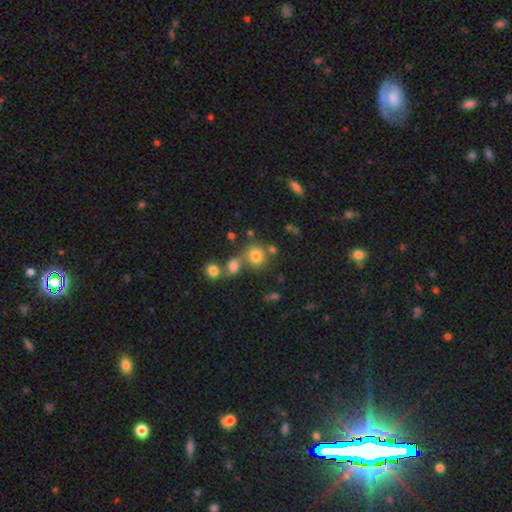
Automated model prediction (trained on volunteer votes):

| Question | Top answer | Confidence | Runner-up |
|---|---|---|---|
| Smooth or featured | smooth | 76% | star or artifact (15%) |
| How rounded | round | 85% | in between (14%) |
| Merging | none | 59% | merger (26%) |